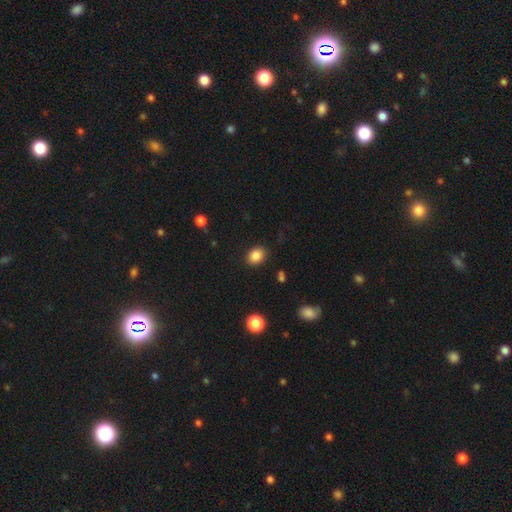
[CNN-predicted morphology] Smooth or featured: smooth — 86% (star or artifact — 10%)
How rounded: in between — 53% (round — 46%)
Merging: none — 87% (minor disturbance — 9%)